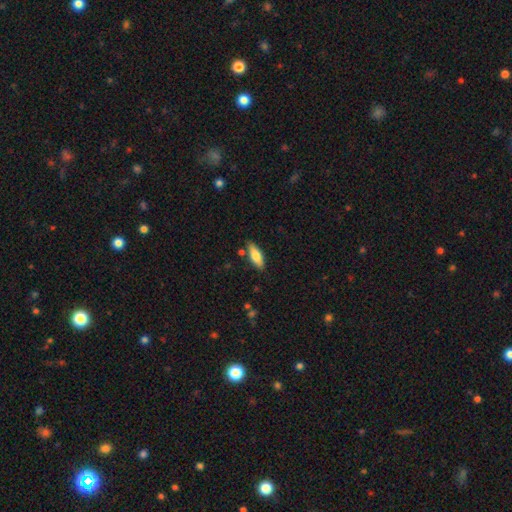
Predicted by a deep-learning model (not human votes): This appears to be a smooth galaxy with no disk features (76%) that is in between round and cigar-shaped (67%). Merging: none (80%).